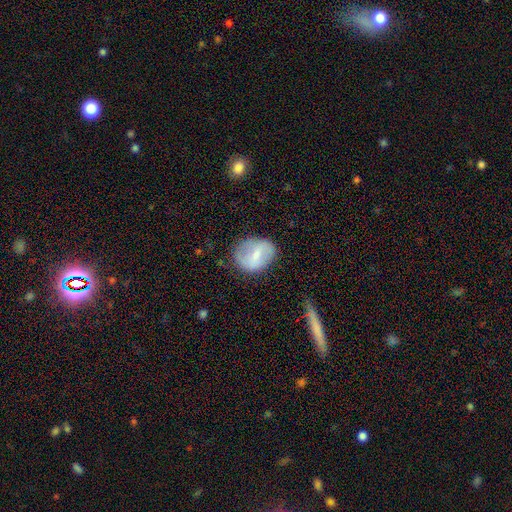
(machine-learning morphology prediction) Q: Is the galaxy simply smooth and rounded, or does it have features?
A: smooth — 48%.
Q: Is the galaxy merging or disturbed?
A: none — 70%.